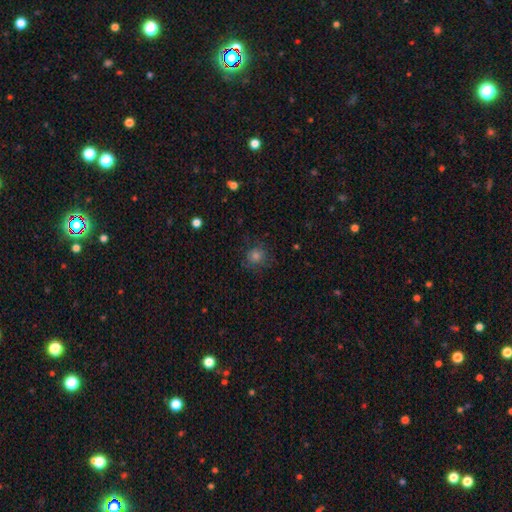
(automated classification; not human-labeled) Smooth or featured? Predicted: smooth (p=0.64). How rounded? Predicted: round (p=0.89). Merging? Predicted: none (p=0.77).